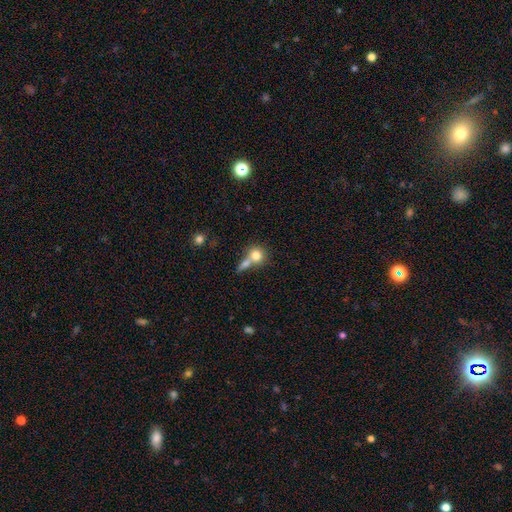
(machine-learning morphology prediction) type=smooth (78%); roundness=round (80%); merging=merger (50%).